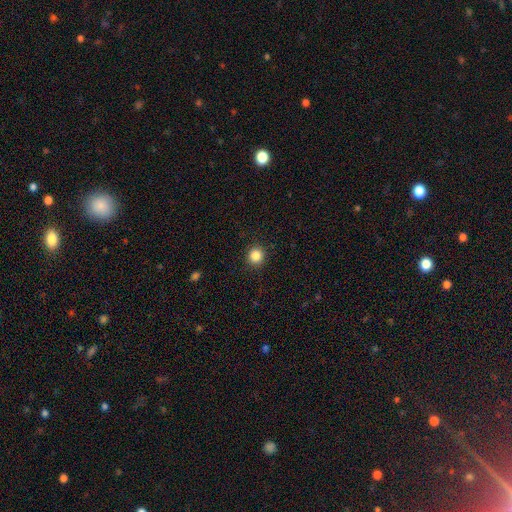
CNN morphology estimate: A smooth galaxy with no disk features (85%) that is round (93%).

Vote fractions:
- Smooth or featured? smooth: 85% / star or artifact: 11% / featured or disk: 4%
- How rounded? round: 93% / in between: 6% / cigar-shaped: 1%
- Merging? none: 92% / minor disturbance: 6% / major disturbance: 2% / merger: 1%